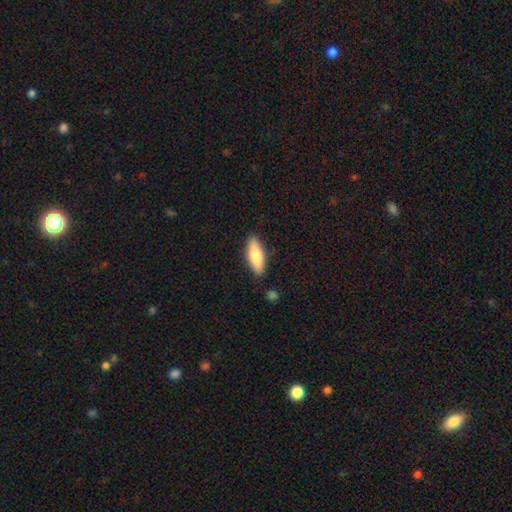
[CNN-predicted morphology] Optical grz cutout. It shows a smooth galaxy with no disk features (75%) that is in between round and cigar-shaped (60%). Merging: none (85%).